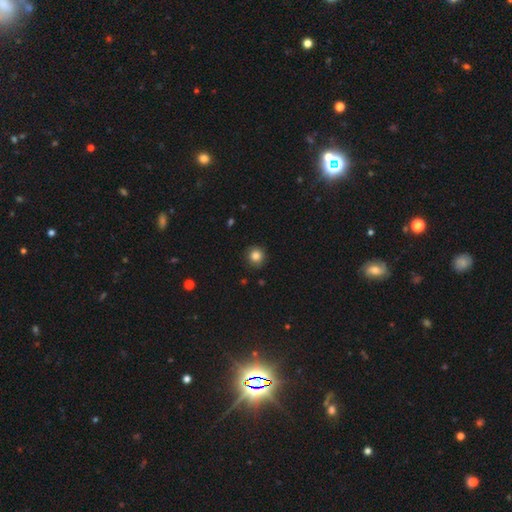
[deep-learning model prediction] A smooth galaxy with no disk features (85%) that is round (92%). Merging: none (87%).